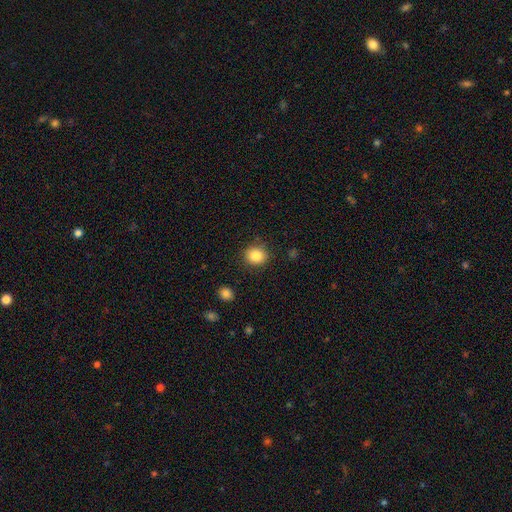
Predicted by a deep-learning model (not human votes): smooth_or_featured: smooth (p=0.86) [alt: star or artifact p=0.09]
how_rounded: round (p=0.81) [alt: in between p=0.18]
merging: none (p=0.88) [alt: minor disturbance p=0.08]